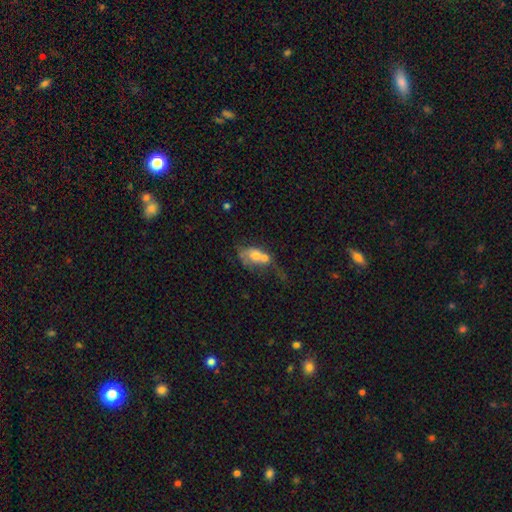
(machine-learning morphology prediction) Overall: smooth (56%; featured or disk 35%). How rounded: in between (70%). Merging: merger (62%).